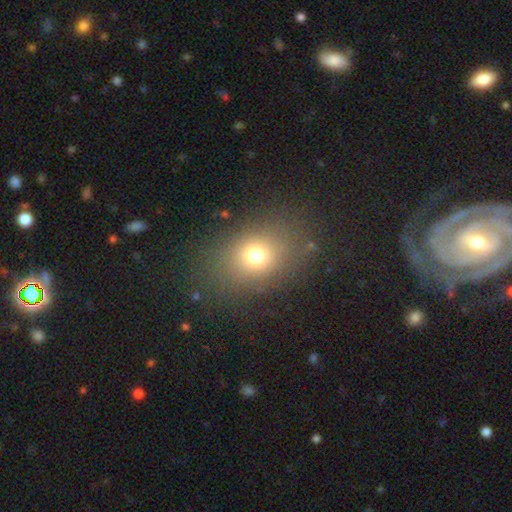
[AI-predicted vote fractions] This appears to be a smooth galaxy with no disk features (72%) that is in between round and cigar-shaped (58%). Merging: none (80%).